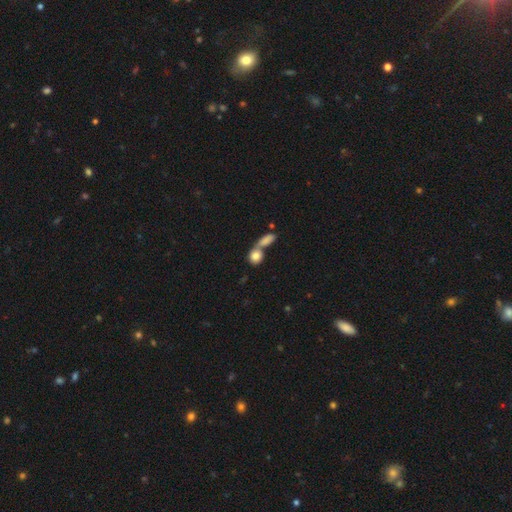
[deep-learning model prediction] Smooth or featured: smooth — 82% (featured or disk — 10%)
How rounded: round — 61% (in between — 35%)
Merging: merger — 54% (none — 34%)